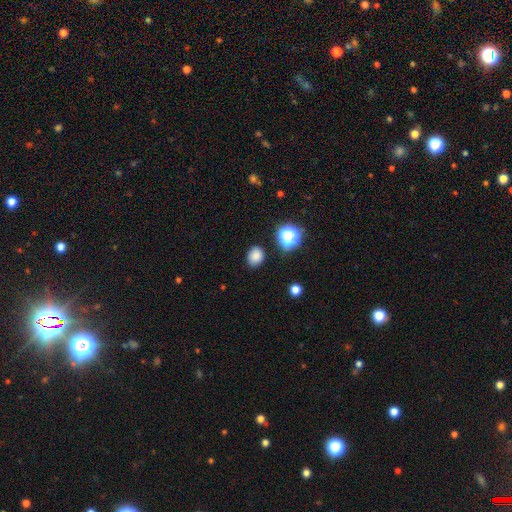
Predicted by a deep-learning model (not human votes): smooth-or-featured: smooth: 82% | star or artifact: 14% | featured or disk: 4%
  how-rounded: round: 51% | in between: 48% | cigar-shaped: 1%
  merging: none: 84% | minor disturbance: 11% | major disturbance: 3% | merger: 2%